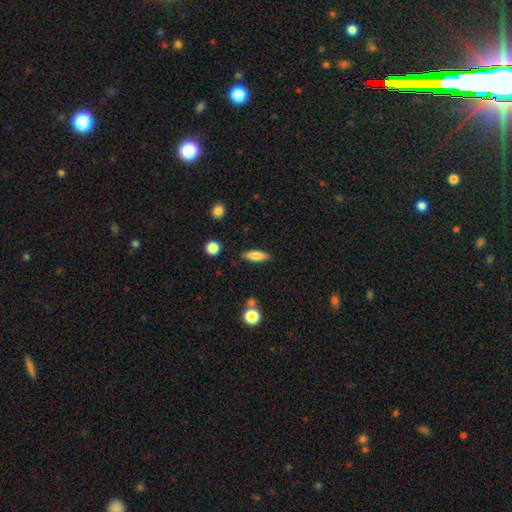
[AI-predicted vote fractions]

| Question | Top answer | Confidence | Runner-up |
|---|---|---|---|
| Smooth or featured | smooth | 76% | featured or disk (17%) |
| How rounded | in between | 49% | cigar-shaped (48%) |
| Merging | none | 85% | minor disturbance (10%) |